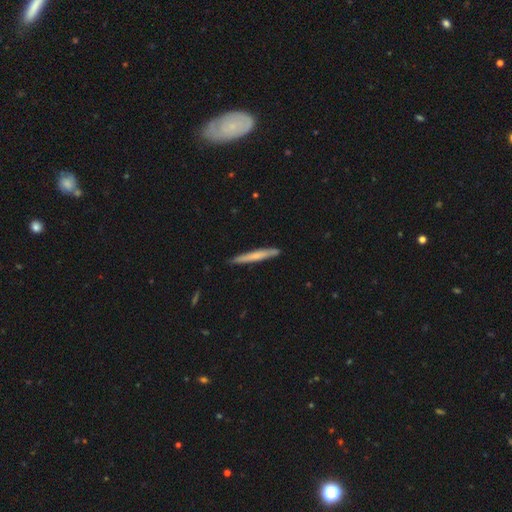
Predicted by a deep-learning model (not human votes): This is possibly a smooth galaxy (59%). How rounded: clearly cigar-shaped (96%). Merging: clearly none (89%).